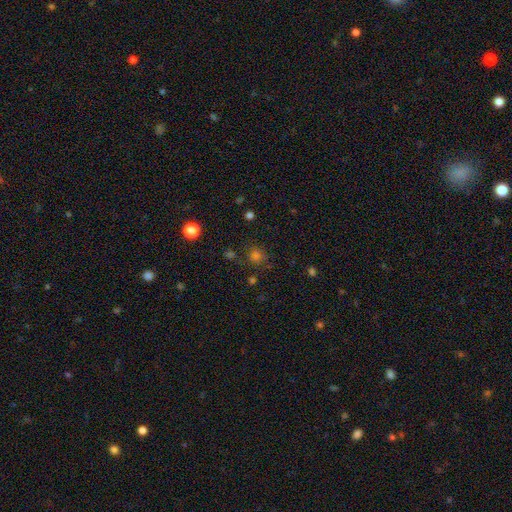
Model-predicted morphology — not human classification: smooth 67%, star or artifact 27%, featured or disk 7%. Down the decision tree: how rounded — round (88%); merging — none (81%).